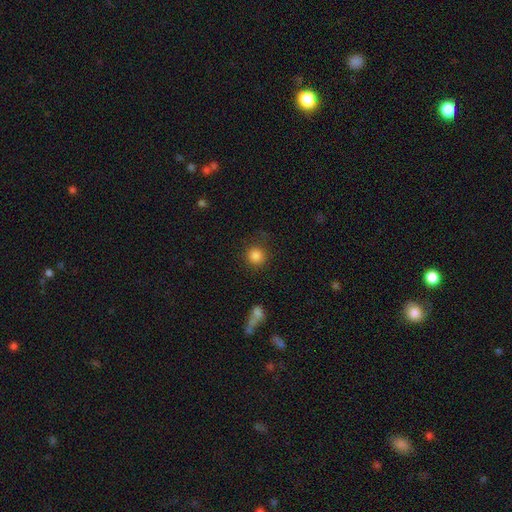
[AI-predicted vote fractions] This is clearly a smooth galaxy (85%). How rounded: clearly round (93%). Merging: clearly none (85%).